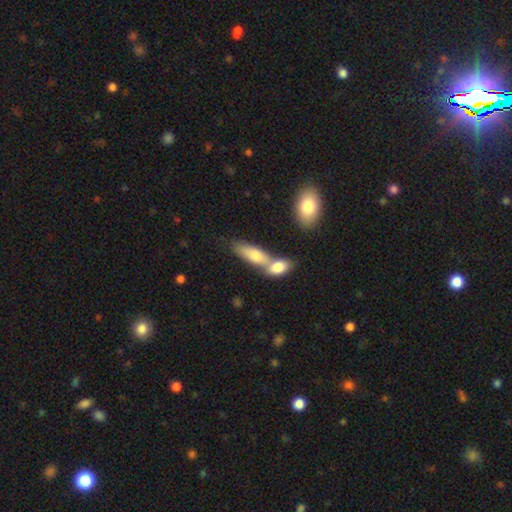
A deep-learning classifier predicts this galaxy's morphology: A smooth galaxy with no disk features (72%) that is in between round and cigar-shaped (65%).

Vote fractions:
- Smooth or featured? smooth: 72% / featured or disk: 21% / star or artifact: 8%
- How rounded? in between: 65% / cigar-shaped: 31% / round: 5%
- Merging? merger: 52% / none: 35% / minor disturbance: 9% / major disturbance: 4%